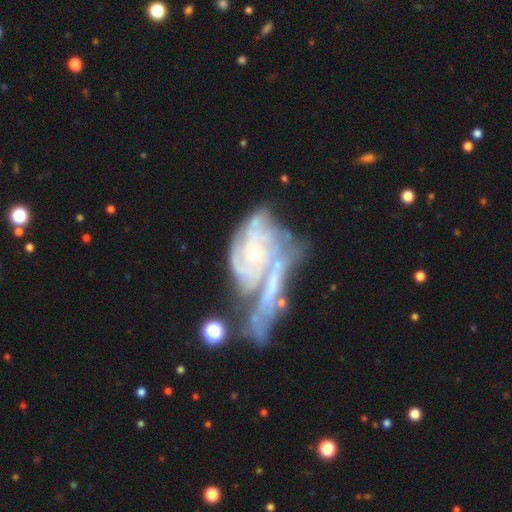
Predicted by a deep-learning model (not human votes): Overall: featured or disk (85%). Edge-on disk: no (94%). Bar: no (71%). Spiral arms: yes (93%). Spiral arm count: can't tell (34%; 3 22%). Spiral winding: tight (61%; medium 30%). Bulge size: small (71%). Merging: merger (43%; none 22%).